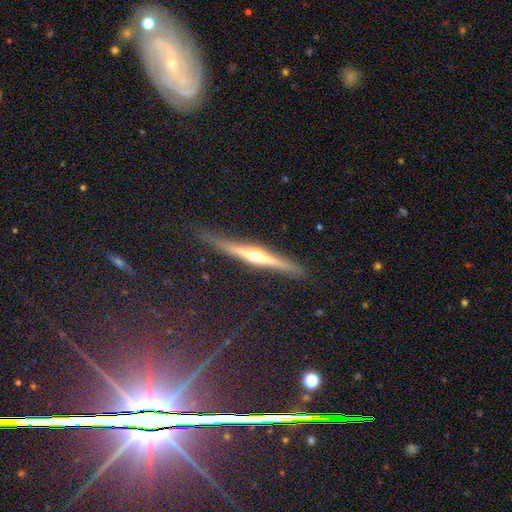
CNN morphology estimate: This appears to be a featured or disk galaxy (77%) viewed edge-on (96%) with a rounded central bulge (88%). Merging: none (81%).